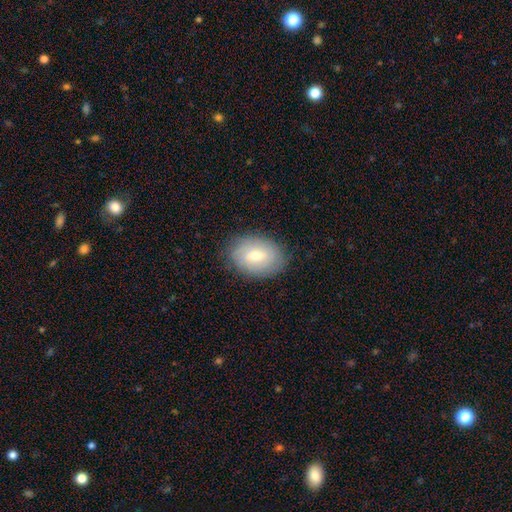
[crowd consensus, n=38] Smooth or featured?
  - smooth: 53% *
  - featured or disk: 42%
  - star or artifact: 5%
How rounded?
  - in between: 80% *
  - round: 15%
  - cigar-shaped: 5%
Merging?
  - none: 83% *
  - minor disturbance: 14%
  - major disturbance: 3%
  - merger: 0%